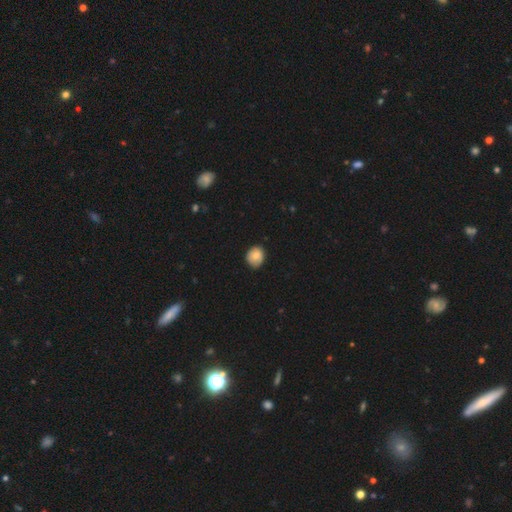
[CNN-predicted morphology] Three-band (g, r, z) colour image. It shows a smooth galaxy with no disk features (80%) that is round (72%). Merging: none (77%).